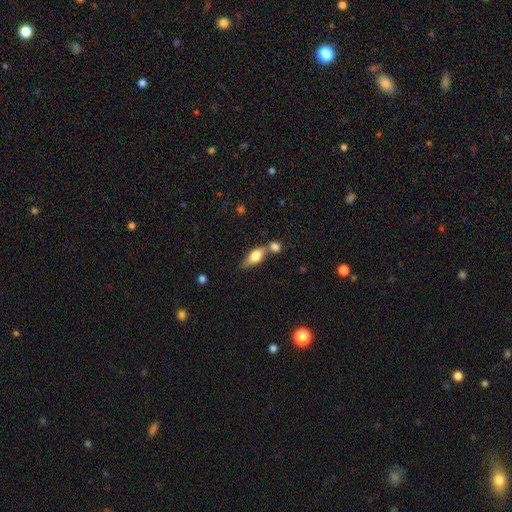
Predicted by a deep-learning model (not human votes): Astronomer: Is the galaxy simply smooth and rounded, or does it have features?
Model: smooth — 68%.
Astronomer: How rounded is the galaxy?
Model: in between — 75%.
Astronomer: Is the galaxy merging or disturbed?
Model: merger — 42% (runner-up: none, 40%).